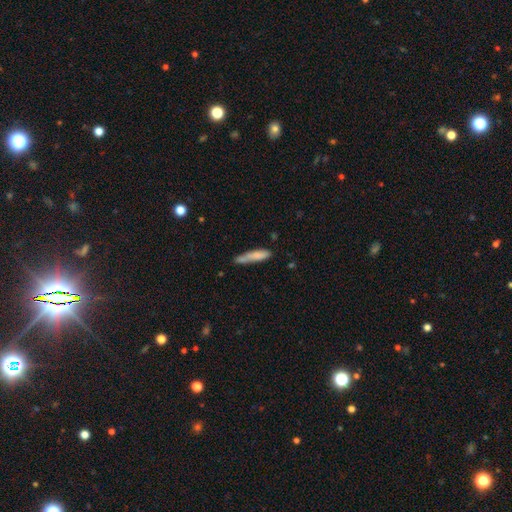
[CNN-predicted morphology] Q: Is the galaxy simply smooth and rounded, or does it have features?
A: smooth — 76%.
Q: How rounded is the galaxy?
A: cigar-shaped — 80%.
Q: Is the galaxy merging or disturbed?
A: none — 54%.